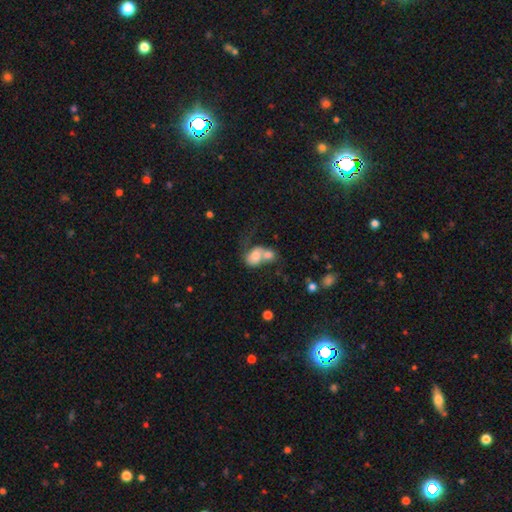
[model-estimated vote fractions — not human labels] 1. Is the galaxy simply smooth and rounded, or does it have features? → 69% smooth, 22% featured or disk, 9% star or artifact.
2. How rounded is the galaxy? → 67% in between, 32% round, 2% cigar-shaped.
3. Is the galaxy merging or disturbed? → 72% merger, 13% none, 9% major disturbance, 7% minor disturbance.